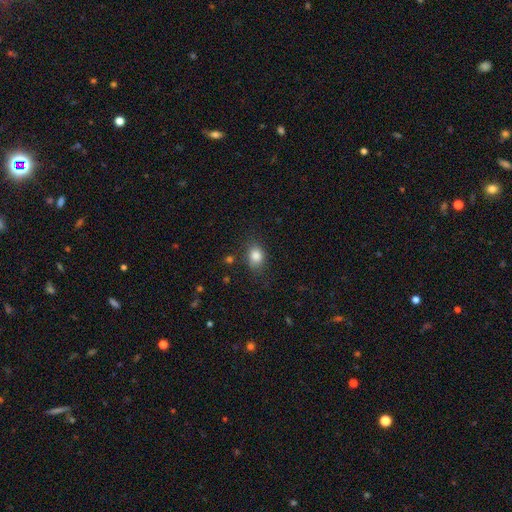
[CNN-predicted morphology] Overall: smooth (84%). How rounded: in between (58%; round 40%). Merging: none (74%).